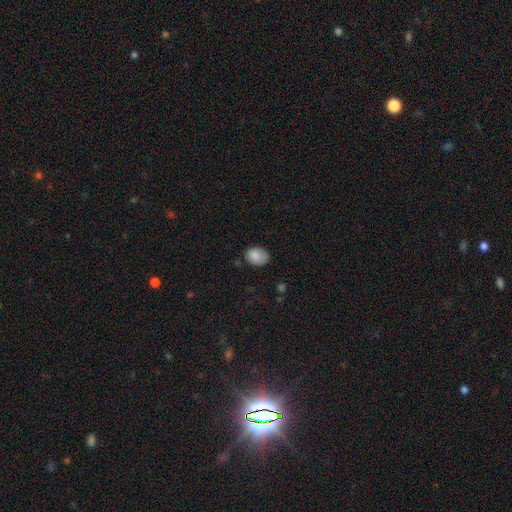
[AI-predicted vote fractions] smooth-or-featured: smooth: 85% | star or artifact: 8% | featured or disk: 7%
  how-rounded: in between: 56% | round: 43% | cigar-shaped: 1%
  merging: none: 66% | minor disturbance: 26% | major disturbance: 6% | merger: 2%